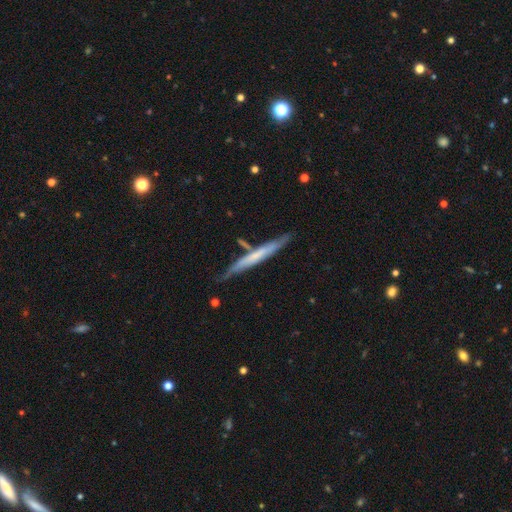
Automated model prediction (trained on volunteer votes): featured or disk 51%, smooth 43%, star or artifact 5%. Down the decision tree: edge-on disk — yes (91%); merging — none (75%).